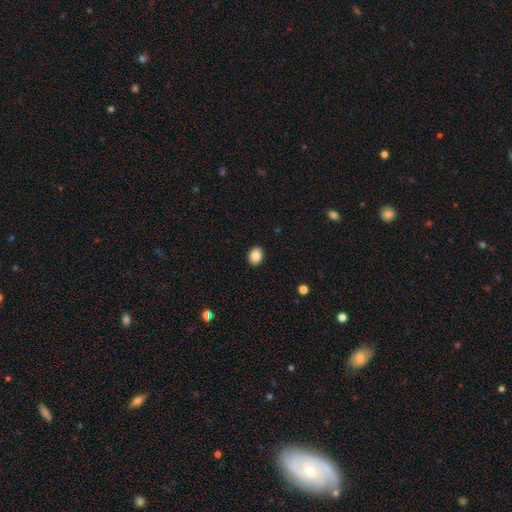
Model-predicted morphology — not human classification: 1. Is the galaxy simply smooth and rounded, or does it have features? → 87% smooth, 9% star or artifact, 5% featured or disk.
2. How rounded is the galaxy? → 56% in between, 43% round, 1% cigar-shaped.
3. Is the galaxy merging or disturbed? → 91% none, 6% minor disturbance, 2% major disturbance, 1% merger.